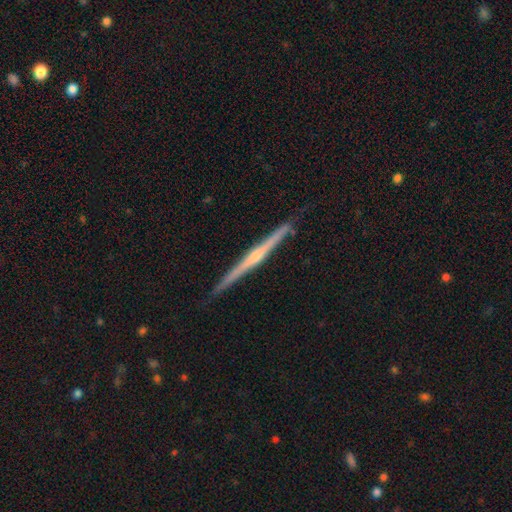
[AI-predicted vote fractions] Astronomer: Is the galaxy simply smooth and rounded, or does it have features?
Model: featured or disk — 81%.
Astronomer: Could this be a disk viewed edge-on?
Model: yes — 98%.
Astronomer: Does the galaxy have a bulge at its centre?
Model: rounded — 74%.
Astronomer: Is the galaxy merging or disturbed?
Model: none — 91%.